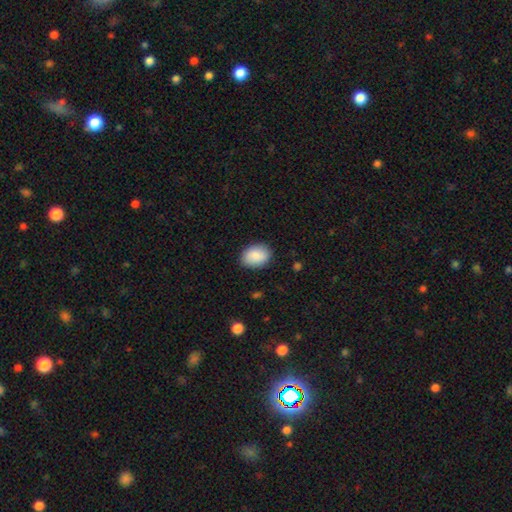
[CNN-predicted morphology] Smooth or featured?
  - smooth: 87% *
  - star or artifact: 6%
  - featured or disk: 6%
How rounded?
  - in between: 73% *
  - round: 26%
  - cigar-shaped: 1%
Merging?
  - none: 86% *
  - minor disturbance: 10%
  - major disturbance: 2%
  - merger: 1%